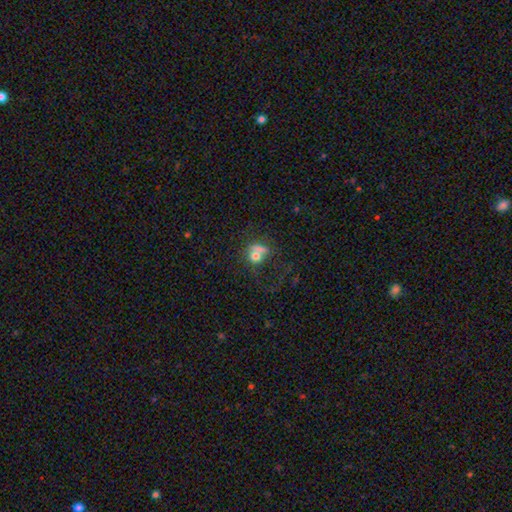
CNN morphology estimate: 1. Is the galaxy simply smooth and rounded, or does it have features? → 62% smooth, 20% star or artifact, 19% featured or disk.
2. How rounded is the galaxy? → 73% round, 24% in between, 3% cigar-shaped.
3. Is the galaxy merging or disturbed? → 37% none, 34% merger, 16% major disturbance, 13% minor disturbance.